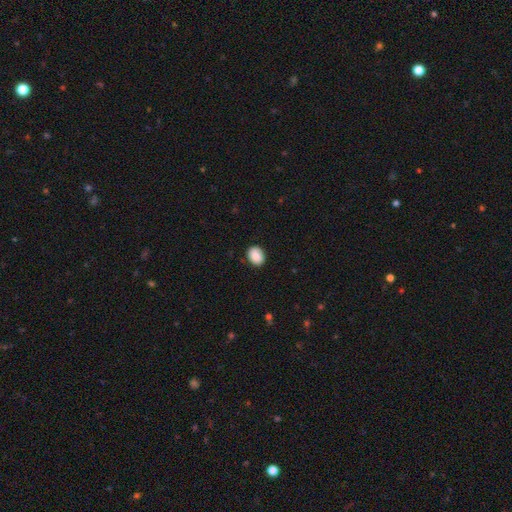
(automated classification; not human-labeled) smooth 87%, star or artifact 7%, featured or disk 5%. Down the decision tree: how rounded — round (50%); merging — none (85%).